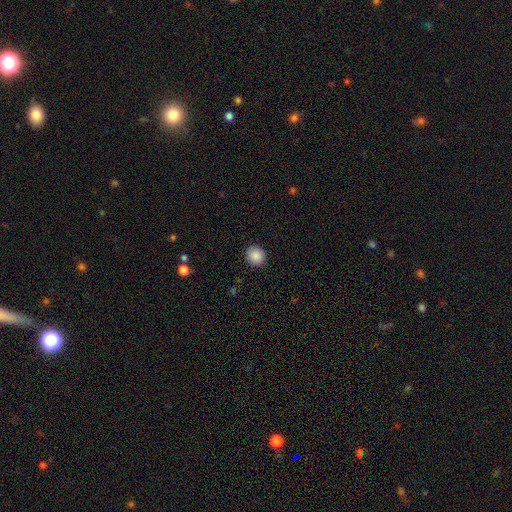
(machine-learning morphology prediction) smooth_or_featured: smooth (p=0.89) [alt: star or artifact p=0.08]
how_rounded: round (p=0.79) [alt: in between p=0.20]
merging: none (p=0.91) [alt: minor disturbance p=0.06]